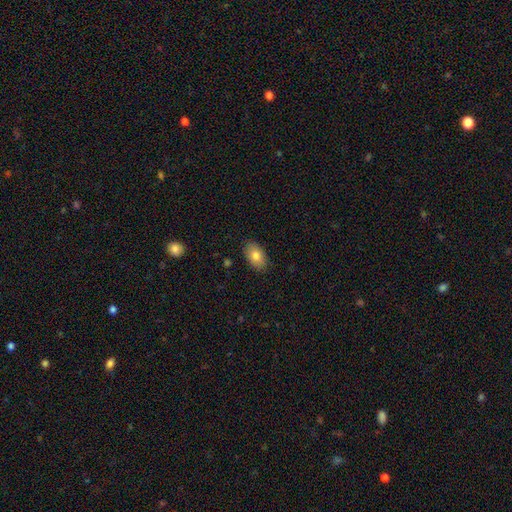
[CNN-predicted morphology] type=smooth (81%); roundness=in between (91%); merging=none (87%).